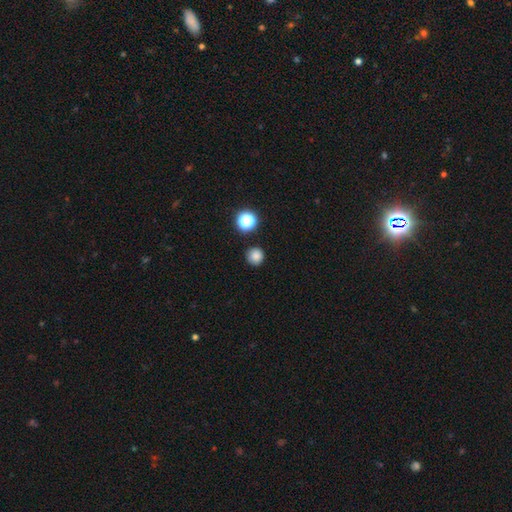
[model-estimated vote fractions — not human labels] smooth_or_featured: smooth (p=0.82) [alt: star or artifact p=0.13]
how_rounded: round (p=0.94) [alt: in between p=0.05]
merging: none (p=0.87) [alt: minor disturbance p=0.08]